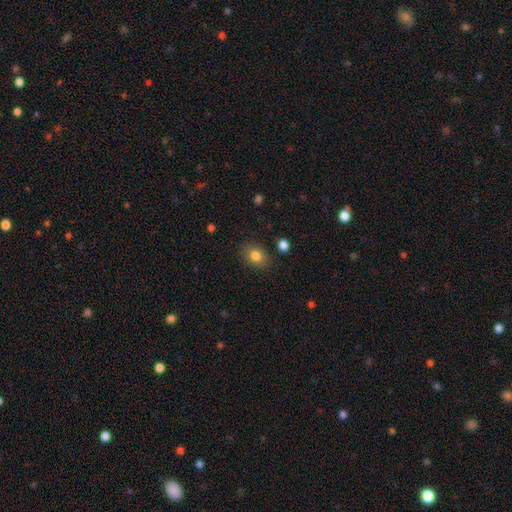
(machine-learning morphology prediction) smooth-or-featured: smooth: 82% | star or artifact: 10% | featured or disk: 8%
  how-rounded: in between: 62% | round: 37% | cigar-shaped: 1%
  merging: none: 84% | minor disturbance: 11% | major disturbance: 3% | merger: 2%